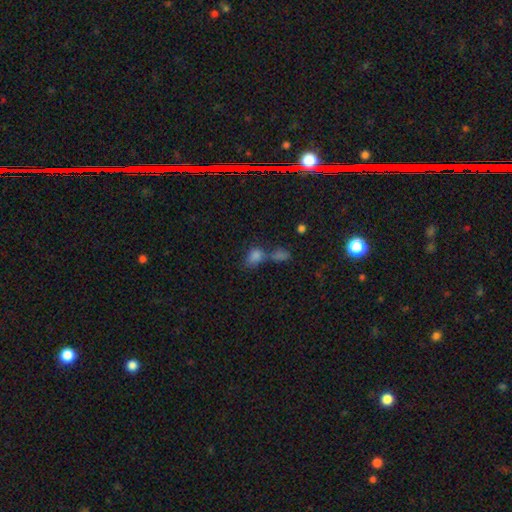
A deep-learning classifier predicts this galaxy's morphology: smooth_or_featured: smooth (p=0.78) [alt: star or artifact p=0.13]
how_rounded: in between (p=0.76) [alt: round p=0.21]
merging: merger (p=0.56) [alt: none p=0.26]